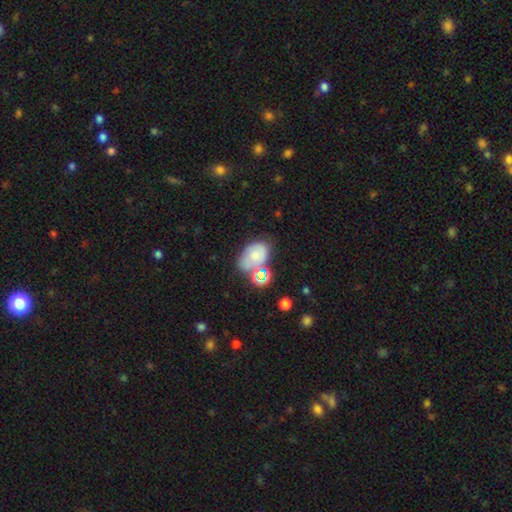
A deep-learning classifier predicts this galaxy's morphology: Smooth or featured? smooth (63%)
How rounded? in between (80%)
Merging? none (43%)